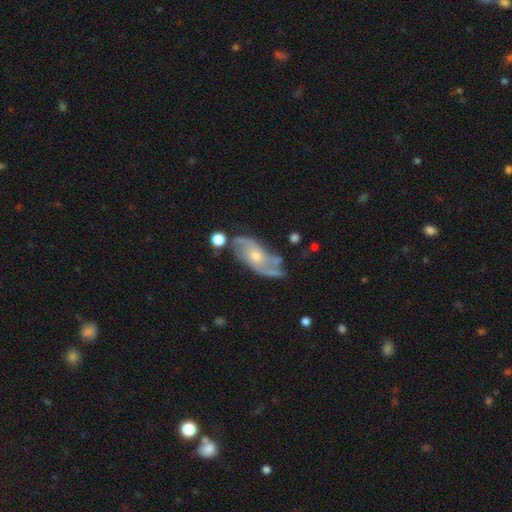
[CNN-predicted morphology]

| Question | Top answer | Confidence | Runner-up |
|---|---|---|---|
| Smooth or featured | featured or disk | 82% | smooth (12%) |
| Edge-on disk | no | 93% | yes (7%) |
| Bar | no | 71% | weak (25%) |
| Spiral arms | yes | 92% | no (8%) |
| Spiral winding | medium | 43% | loose (33%) |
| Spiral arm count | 2 | 69% | can't tell (14%) |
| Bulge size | small | 50% | moderate (45%) |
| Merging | none | 58% | minor disturbance (24%) |